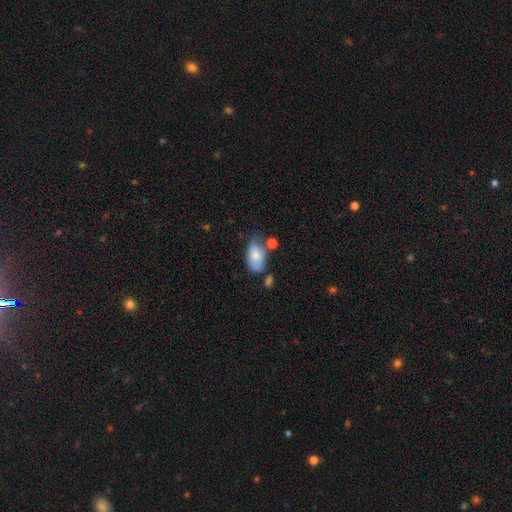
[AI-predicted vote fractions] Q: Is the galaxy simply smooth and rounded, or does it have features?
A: smooth — 72%.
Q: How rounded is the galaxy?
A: in between — 92%.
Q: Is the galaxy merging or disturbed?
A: none — 41%.